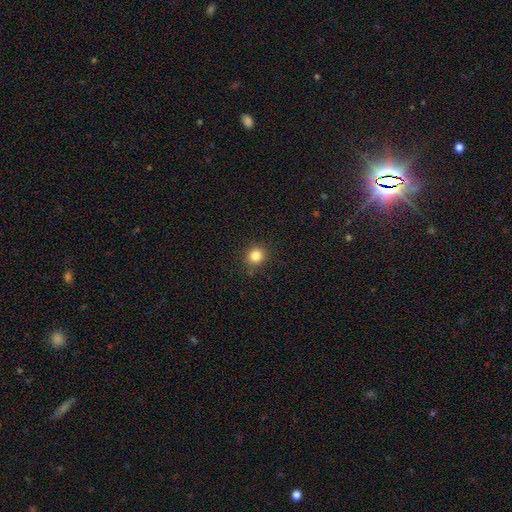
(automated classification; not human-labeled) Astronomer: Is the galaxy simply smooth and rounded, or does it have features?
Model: smooth — 83%.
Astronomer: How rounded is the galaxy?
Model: round — 84%.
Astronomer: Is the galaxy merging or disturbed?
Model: none — 88%.